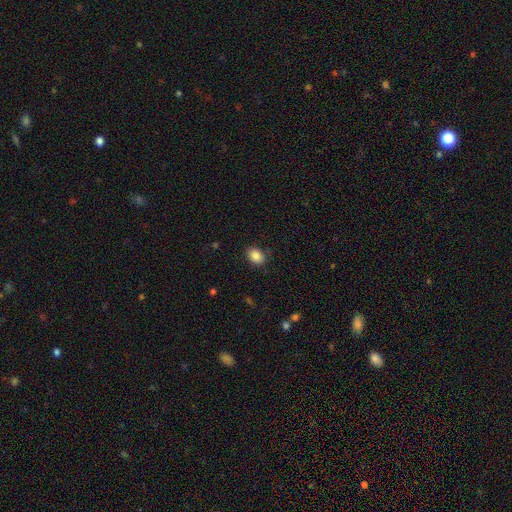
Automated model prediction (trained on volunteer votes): Smooth or featured? smooth (86%)
How rounded? in between (71%)
Merging? none (84%)